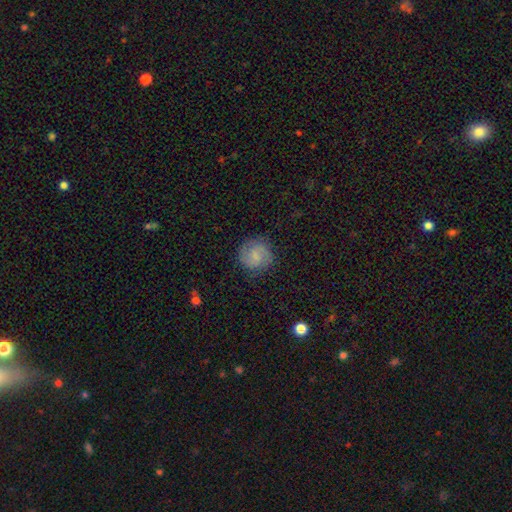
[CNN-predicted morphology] smooth-or-featured: smooth: 47% | featured or disk: 45% | star or artifact: 8%
  merging: none: 81% | minor disturbance: 13% | major disturbance: 5% | merger: 1%